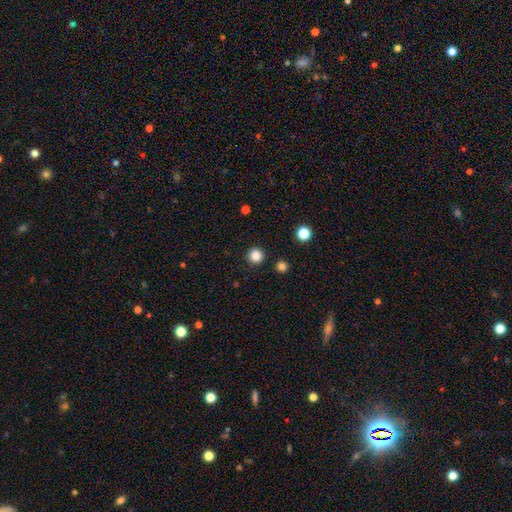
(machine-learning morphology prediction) smooth 84%, star or artifact 12%, featured or disk 3%. Down the decision tree: how rounded — round (96%); merging — none (92%).